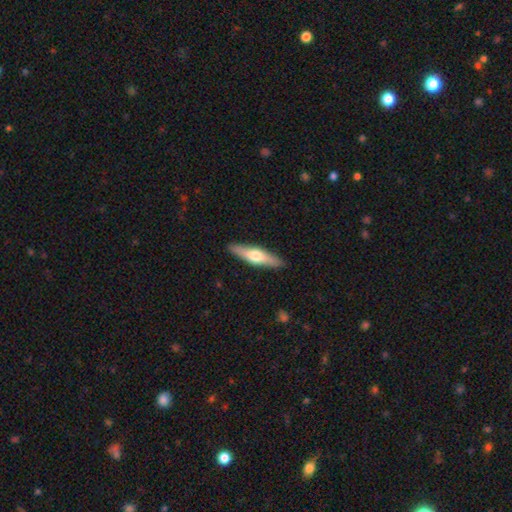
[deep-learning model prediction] smooth-or-featured: featured or disk: 48% | smooth: 47% | star or artifact: 5%
  merging: none: 90% | minor disturbance: 7% | major disturbance: 2% | merger: 1%